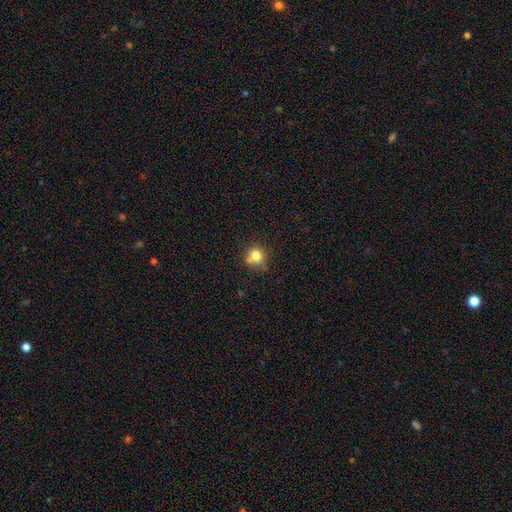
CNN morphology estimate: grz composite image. It shows a smooth galaxy with no disk features (76%) that is round (84%). Merging: none (61%).